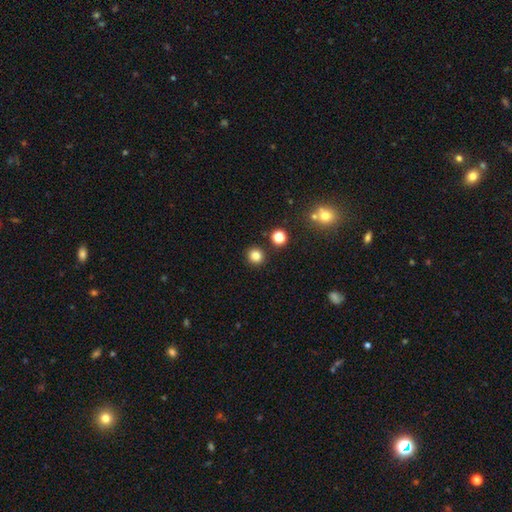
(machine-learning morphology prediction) The model was most divided on "smooth or featured": smooth: 83%, star or artifact: 13%, featured or disk: 4%. More confident: how rounded — round (92%); merging — none (90%).